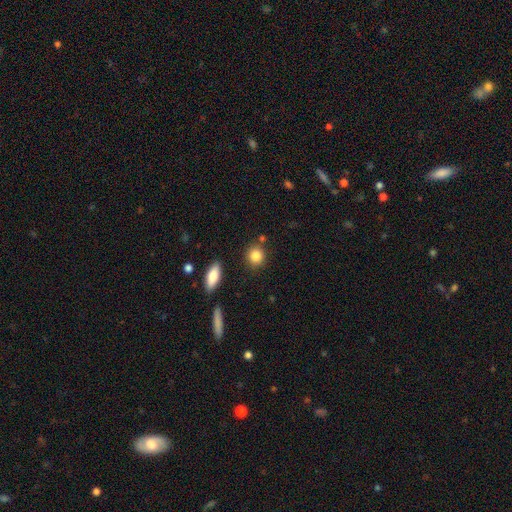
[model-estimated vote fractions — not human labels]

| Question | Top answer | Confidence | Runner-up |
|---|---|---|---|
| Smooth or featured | smooth | 86% | star or artifact (9%) |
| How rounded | round | 81% | in between (17%) |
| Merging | none | 83% | minor disturbance (9%) |